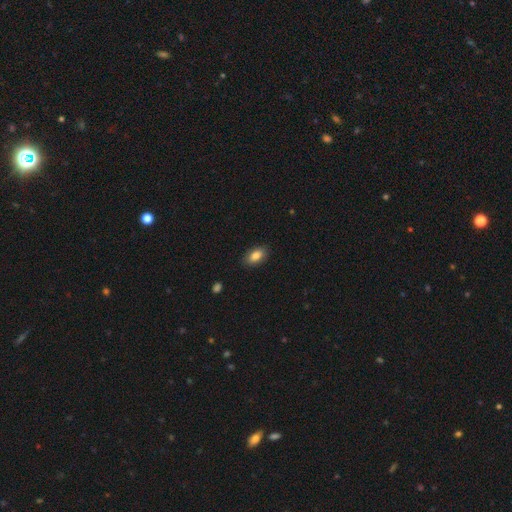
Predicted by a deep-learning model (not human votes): smooth-or-featured: smooth: 86% | star or artifact: 7% | featured or disk: 7%
  how-rounded: in between: 91% | round: 6% | cigar-shaped: 3%
  merging: none: 87% | minor disturbance: 10% | major disturbance: 2% | merger: 1%